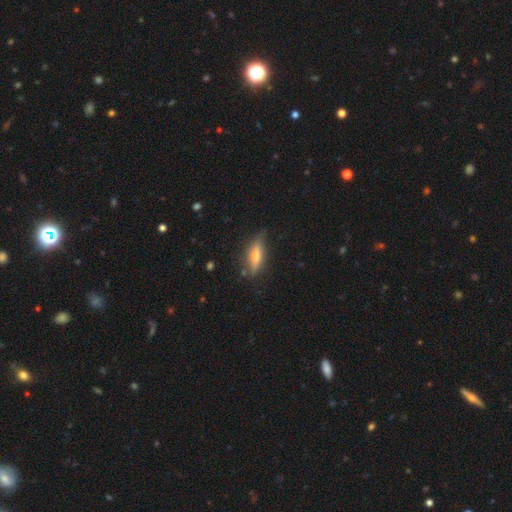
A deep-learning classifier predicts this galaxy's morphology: Smooth or featured? smooth (52%)
How rounded? cigar-shaped (50%)
Merging? none (70%)